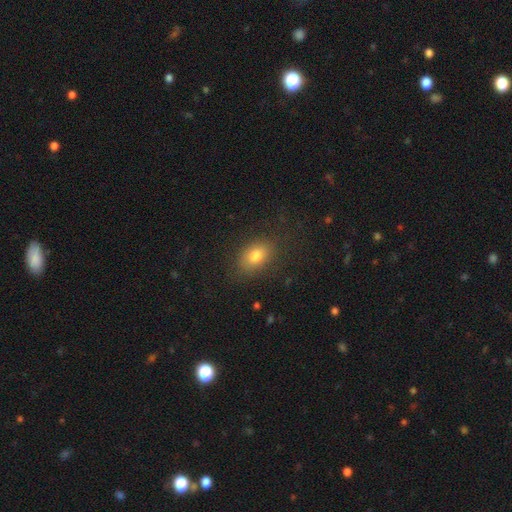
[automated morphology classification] Smooth or featured: smooth — 78% (featured or disk — 11%)
How rounded: in between — 80% (round — 19%)
Merging: none — 83% (minor disturbance — 12%)